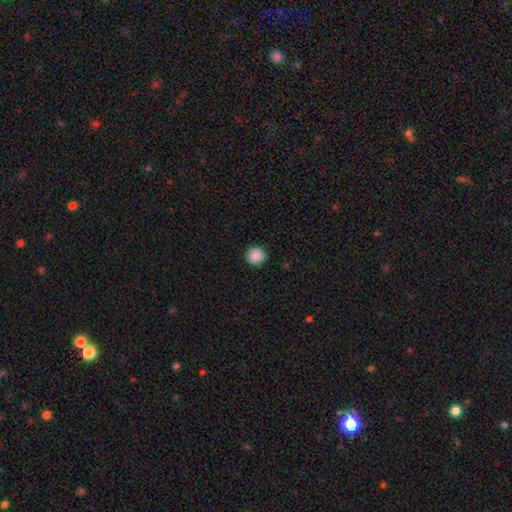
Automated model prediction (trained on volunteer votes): A smooth galaxy with no disk features (89%) that is round (95%). Merging: none (92%).